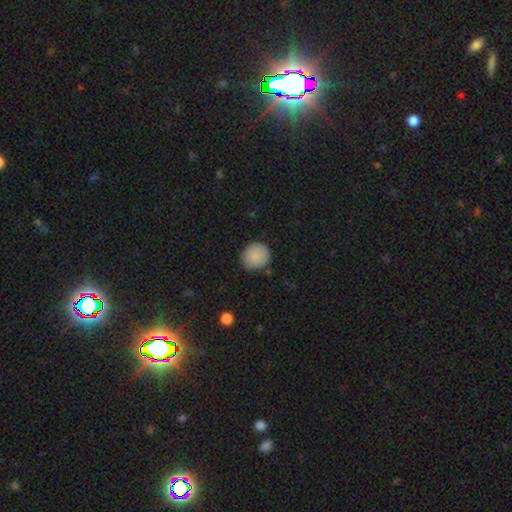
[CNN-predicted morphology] Smooth or featured?
  - smooth: 88% *
  - star or artifact: 7%
  - featured or disk: 5%
How rounded?
  - round: 90% *
  - in between: 9%
  - cigar-shaped: 1%
Merging?
  - none: 84% *
  - minor disturbance: 12%
  - major disturbance: 2%
  - merger: 2%